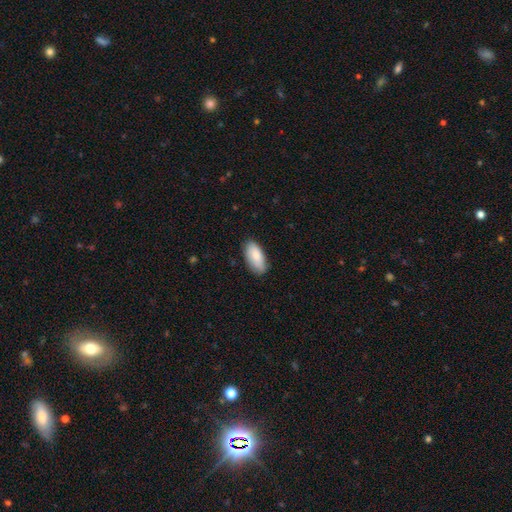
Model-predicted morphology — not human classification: Smooth or featured? smooth (86%)
How rounded? in between (90%)
Merging? none (83%)